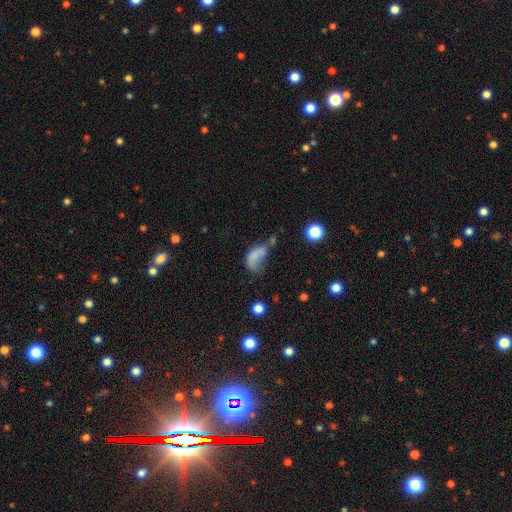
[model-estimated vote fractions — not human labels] Smooth or featured? smooth (66%)
How rounded? in between (87%)
Merging? major disturbance (42%)